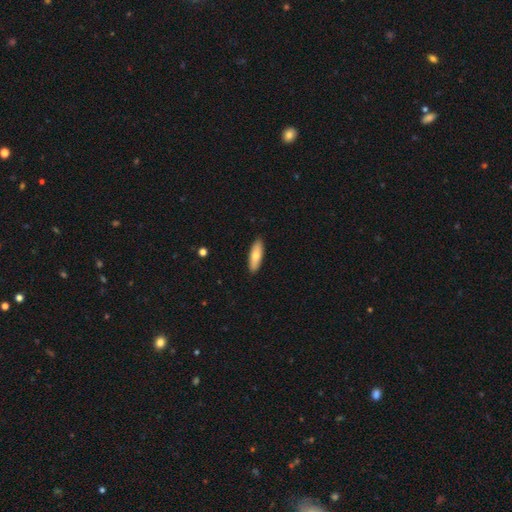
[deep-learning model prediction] A smooth galaxy with no disk features (72%) that is in between round and cigar-shaped (51%).

Vote fractions:
- Smooth or featured? smooth: 72% / featured or disk: 23% / star or artifact: 6%
- How rounded? in between: 51% / cigar-shaped: 47% / round: 2%
- Merging? none: 91% / minor disturbance: 7% / major disturbance: 1% / merger: 1%